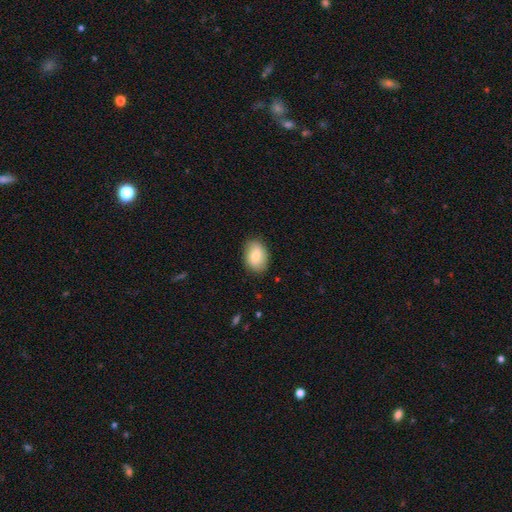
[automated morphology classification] A smooth galaxy with no disk features (74%) that is in between round and cigar-shaped (81%).

Vote fractions:
- Smooth or featured? smooth: 74% / featured or disk: 18% / star or artifact: 7%
- How rounded? in between: 81% / round: 18% / cigar-shaped: 1%
- Merging? none: 85% / minor disturbance: 12% / major disturbance: 3% / merger: 1%